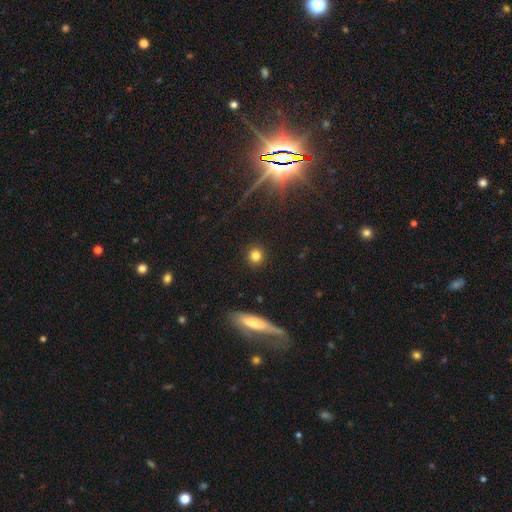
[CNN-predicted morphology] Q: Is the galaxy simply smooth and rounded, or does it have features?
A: smooth — 81%.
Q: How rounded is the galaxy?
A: round — 90%.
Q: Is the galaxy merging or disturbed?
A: none — 91%.